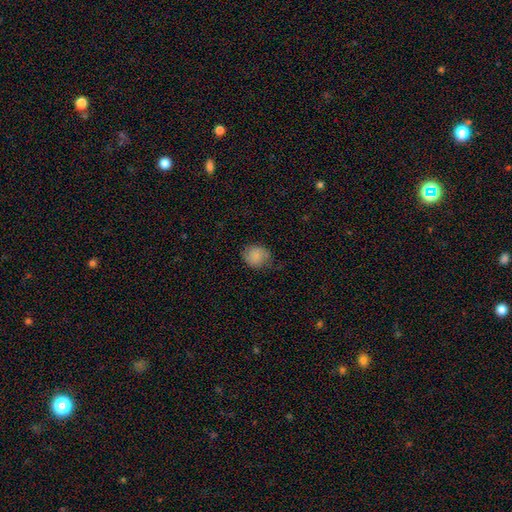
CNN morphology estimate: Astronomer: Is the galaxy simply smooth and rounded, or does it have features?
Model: smooth — 81%.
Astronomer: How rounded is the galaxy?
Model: round — 70%.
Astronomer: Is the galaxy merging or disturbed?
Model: none — 68%.